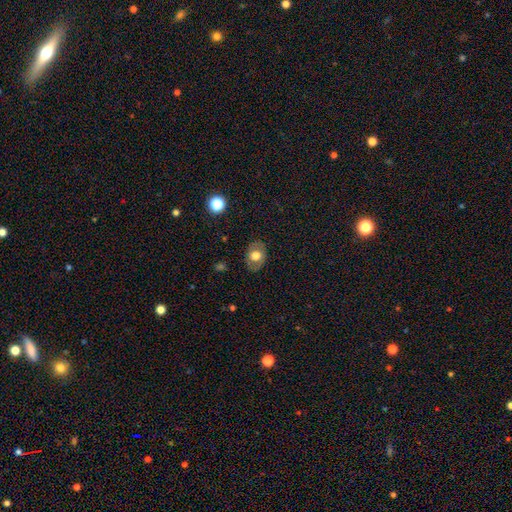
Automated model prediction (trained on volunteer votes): The model was most divided on "smooth or featured": smooth: 61%, featured or disk: 31%, star or artifact: 8%. More confident: merging — none (82%); how rounded — in between (70%).